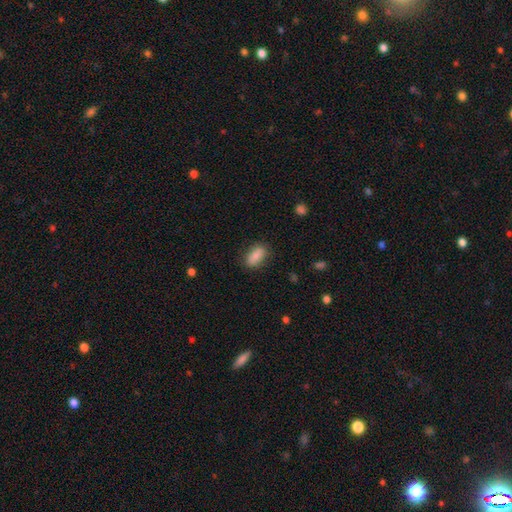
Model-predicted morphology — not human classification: Smooth or featured? smooth (82%)
How rounded? in between (86%)
Merging? none (82%)